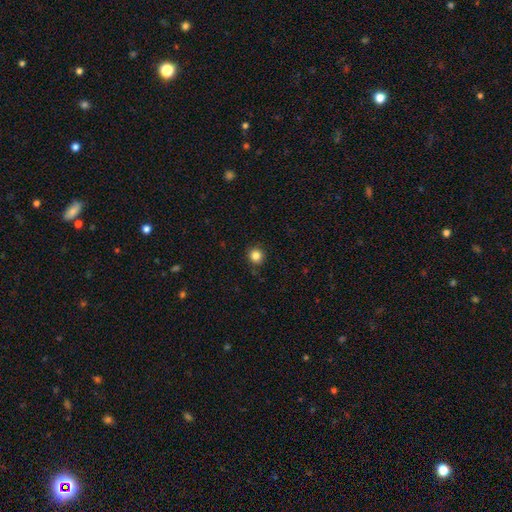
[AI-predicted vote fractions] A smooth galaxy with no disk features (84%) that is round (93%). Merging: none (88%).